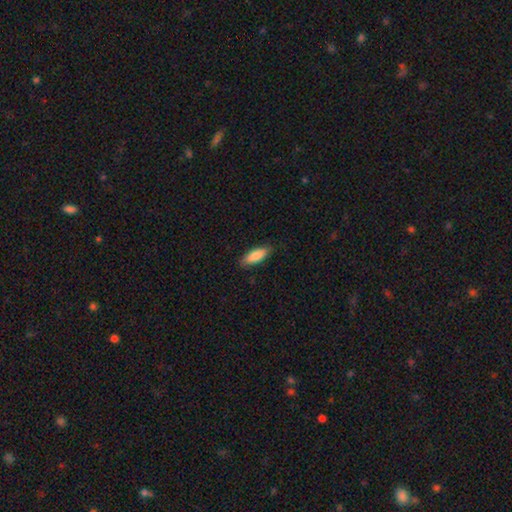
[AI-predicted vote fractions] This is clearly a smooth galaxy (83%). How rounded: likely in between (67%). Merging: clearly none (85%).